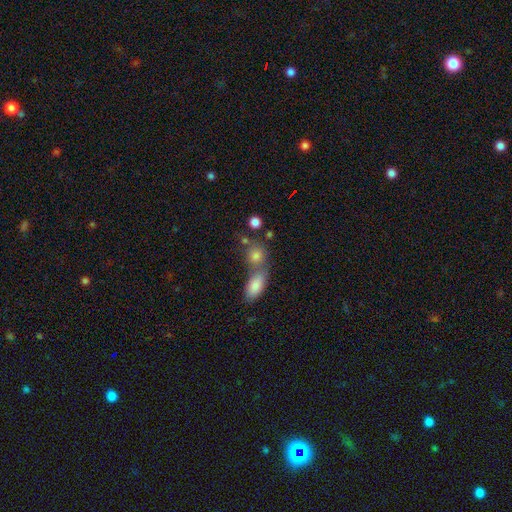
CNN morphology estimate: Overall: smooth (80%). How rounded: round (61%; in between 36%). Merging: none (44%; merger 43%).